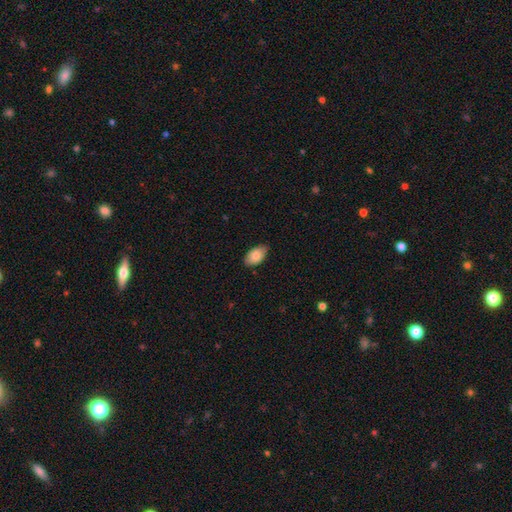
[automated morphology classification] type=smooth (84%); roundness=in between (94%); merging=none (81%).